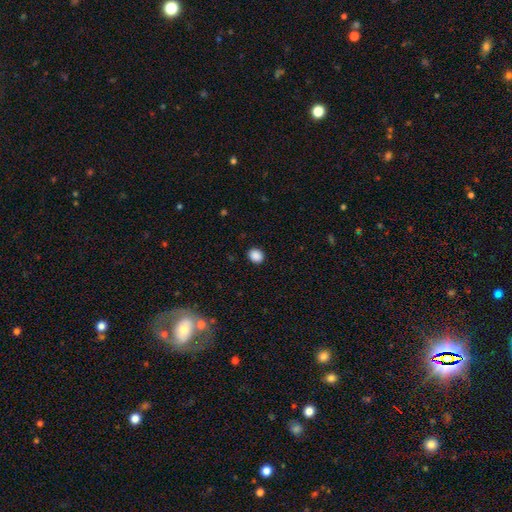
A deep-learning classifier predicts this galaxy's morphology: smooth-or-featured: smooth: 88% | star or artifact: 9% | featured or disk: 2%
  how-rounded: round: 68% | in between: 31% | cigar-shaped: 1%
  merging: none: 91% | minor disturbance: 6% | major disturbance: 2% | merger: 1%